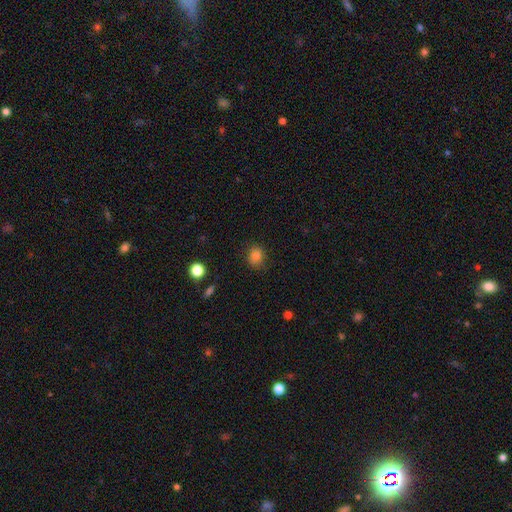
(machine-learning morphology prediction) Smooth or featured? smooth (82%)
How rounded? round (63%)
Merging? none (81%)